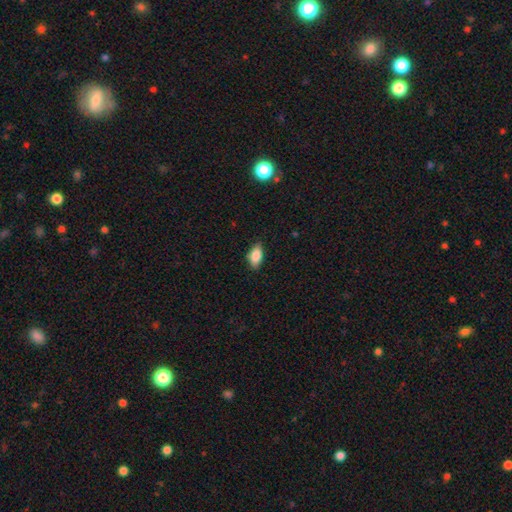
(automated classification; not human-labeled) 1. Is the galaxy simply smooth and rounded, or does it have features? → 85% smooth, 7% featured or disk, 7% star or artifact.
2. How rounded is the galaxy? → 90% in between, 7% cigar-shaped, 4% round.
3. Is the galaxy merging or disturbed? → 82% none, 15% minor disturbance, 2% major disturbance, 1% merger.